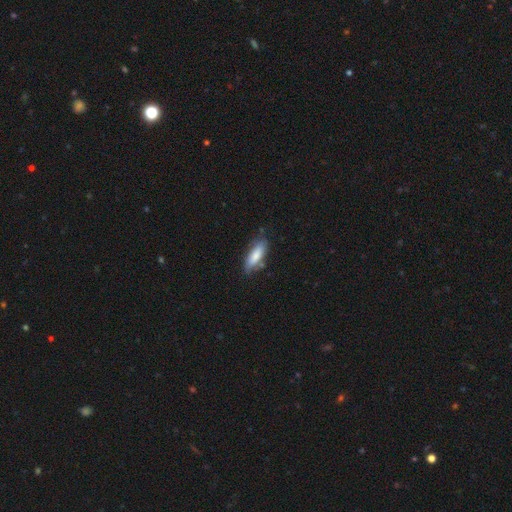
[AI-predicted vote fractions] Smooth or featured?
  - smooth: 76% *
  - featured or disk: 17%
  - star or artifact: 6%
How rounded?
  - in between: 63% *
  - cigar-shaped: 35%
  - round: 2%
Merging?
  - none: 67% *
  - minor disturbance: 23%
  - major disturbance: 5%
  - merger: 4%